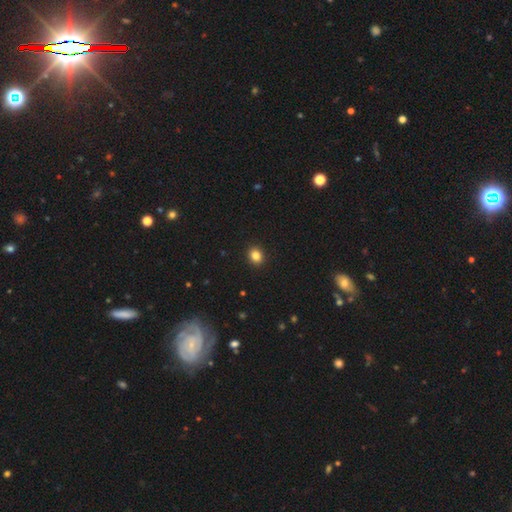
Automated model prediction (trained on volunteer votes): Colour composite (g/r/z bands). It shows a smooth galaxy with no disk features (84%) that is round (70%). Merging: none (92%).